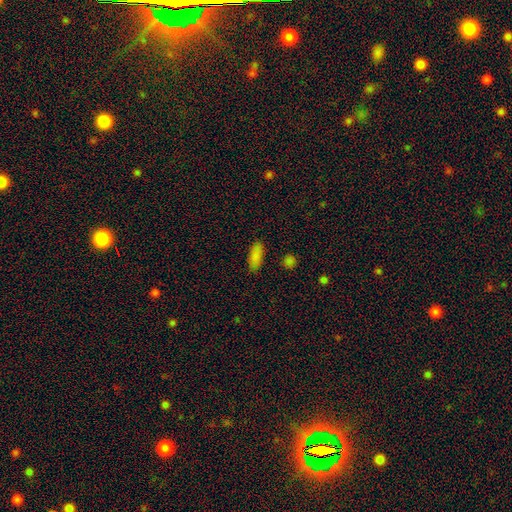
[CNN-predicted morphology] Smooth or featured? smooth (86%)
How rounded? in between (78%)
Merging? none (86%)